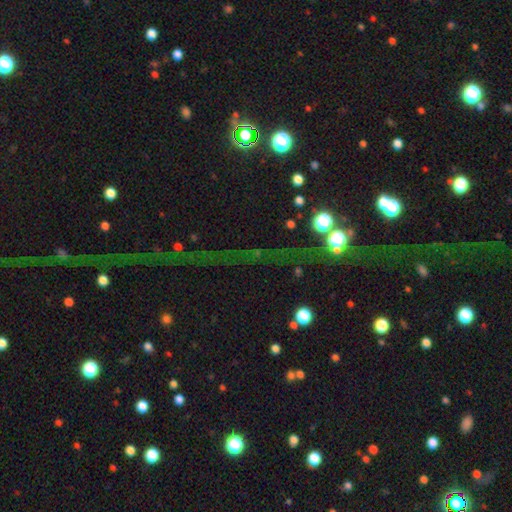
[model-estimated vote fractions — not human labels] Overall: star or artifact (73%).